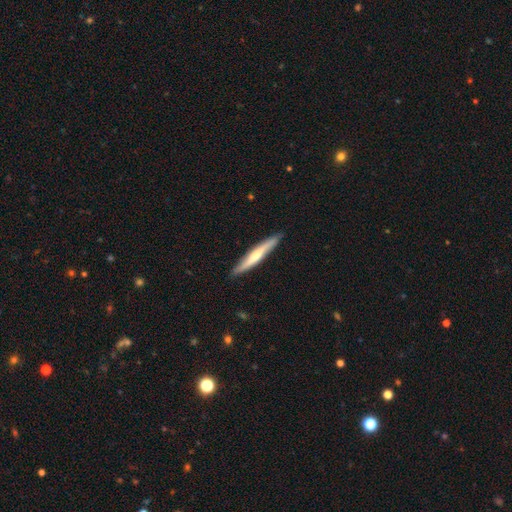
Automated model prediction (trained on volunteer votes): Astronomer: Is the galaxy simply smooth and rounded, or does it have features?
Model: featured or disk — 51% (runner-up: smooth, 44%).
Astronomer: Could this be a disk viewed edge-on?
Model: yes — 91%.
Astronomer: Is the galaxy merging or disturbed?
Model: none — 88%.